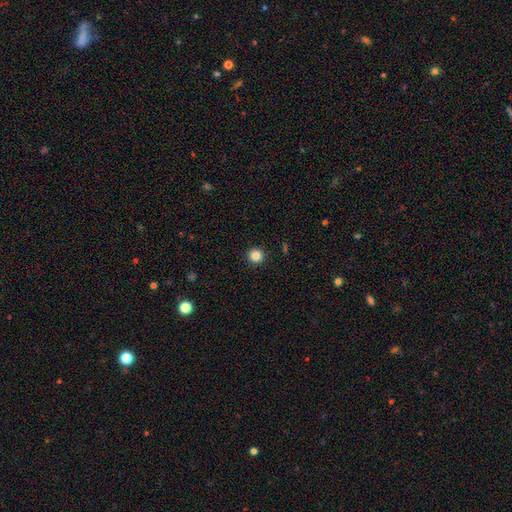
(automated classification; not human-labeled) A smooth galaxy with no disk features (85%) that is round (96%). Merging: none (93%).